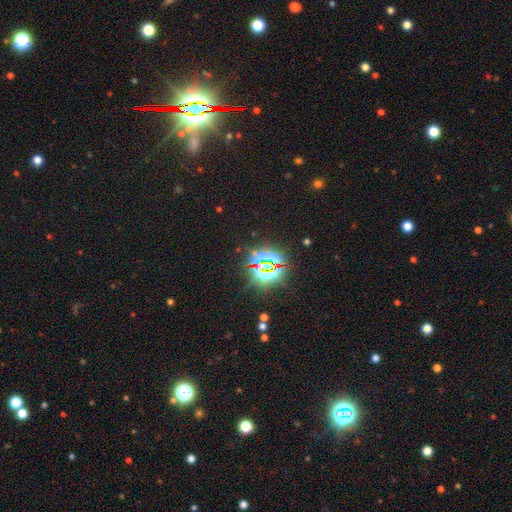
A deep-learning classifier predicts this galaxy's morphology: Overall: star or artifact (81%).